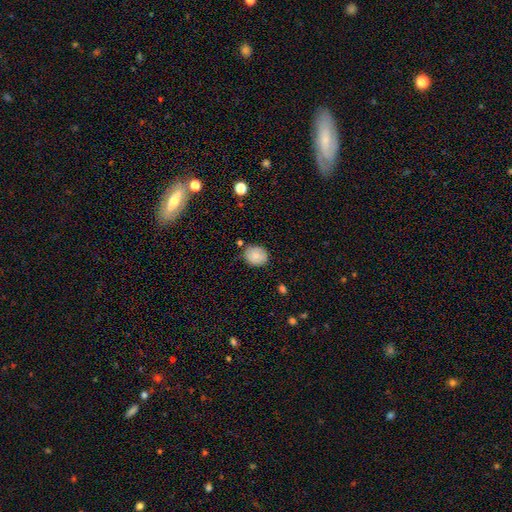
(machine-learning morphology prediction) Smooth or featured? Predicted: smooth (p=0.80). How rounded? Predicted: round (p=0.57). Merging? Predicted: none (p=0.75).